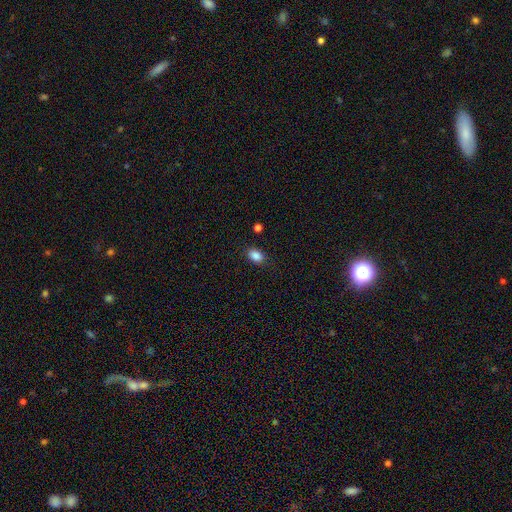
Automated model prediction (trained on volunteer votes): This appears to be a smooth galaxy with no disk features (87%) that is in between round and cigar-shaped (83%). Merging: none (86%).